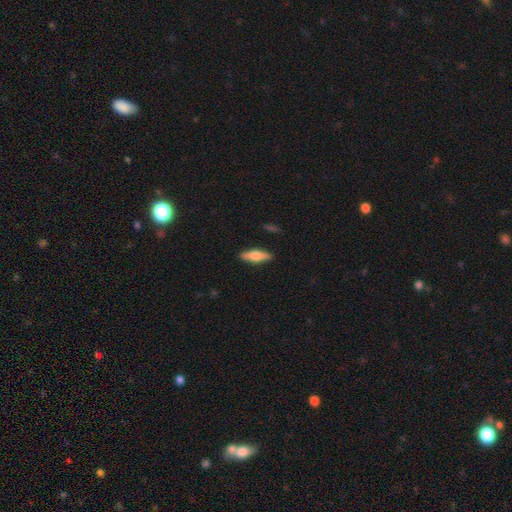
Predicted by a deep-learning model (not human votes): Smooth or featured?
  - smooth: 64% *
  - featured or disk: 30%
  - star or artifact: 6%
How rounded?
  - cigar-shaped: 50% *
  - in between: 48%
  - round: 3%
Merging?
  - none: 87% *
  - minor disturbance: 9%
  - major disturbance: 2%
  - merger: 1%